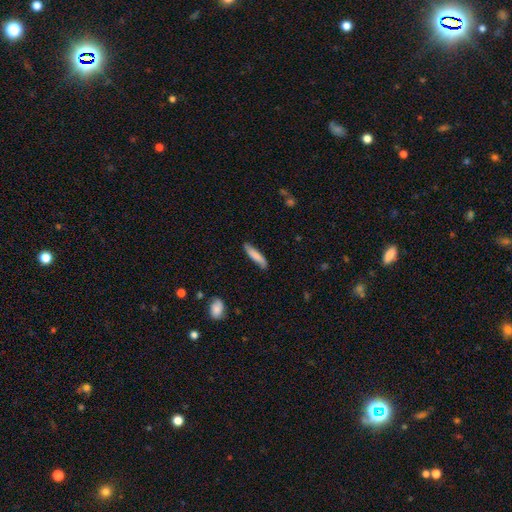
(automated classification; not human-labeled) Smooth or featured?
  - smooth: 78% *
  - featured or disk: 17%
  - star or artifact: 5%
How rounded?
  - cigar-shaped: 83% *
  - in between: 16%
  - round: 1%
Merging?
  - none: 79% *
  - minor disturbance: 16%
  - major disturbance: 3%
  - merger: 2%